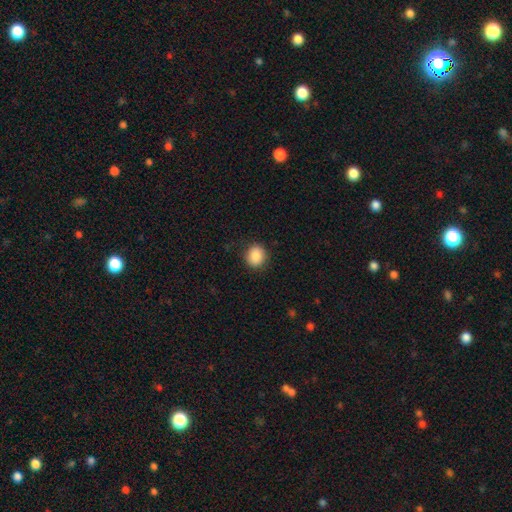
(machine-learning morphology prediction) The model was most divided on "how rounded": round: 78%, in between: 21%, cigar-shaped: 1%. More confident: smooth or featured — smooth (89%); merging — none (87%).